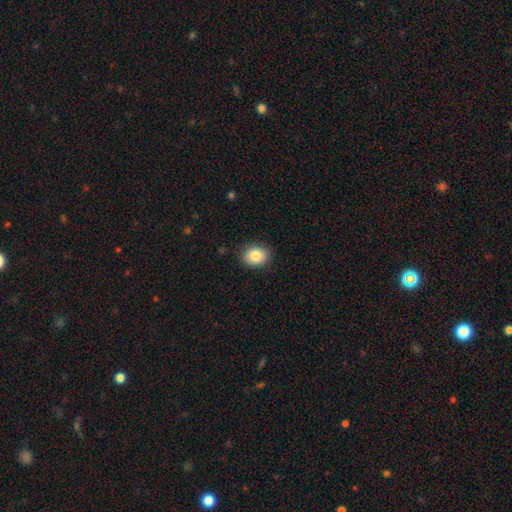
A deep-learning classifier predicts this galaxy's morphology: smooth 84%, star or artifact 9%, featured or disk 7%. Down the decision tree: how rounded — round (53%); merging — none (88%).